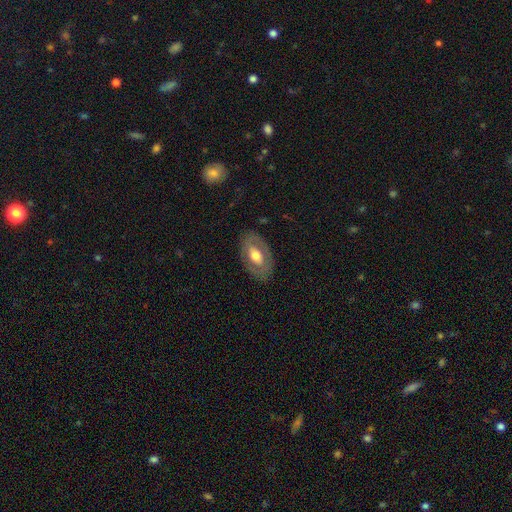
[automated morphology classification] Smooth or featured? featured or disk (49%)
Merging? none (81%)